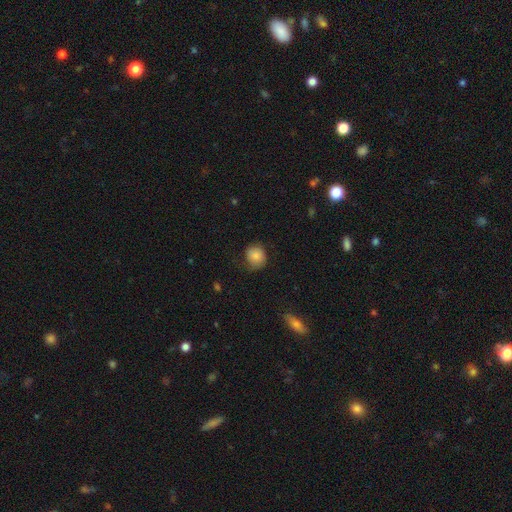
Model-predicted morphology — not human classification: smooth 81%, featured or disk 11%, star or artifact 9%. Down the decision tree: how rounded — round (79%); merging — none (68%).